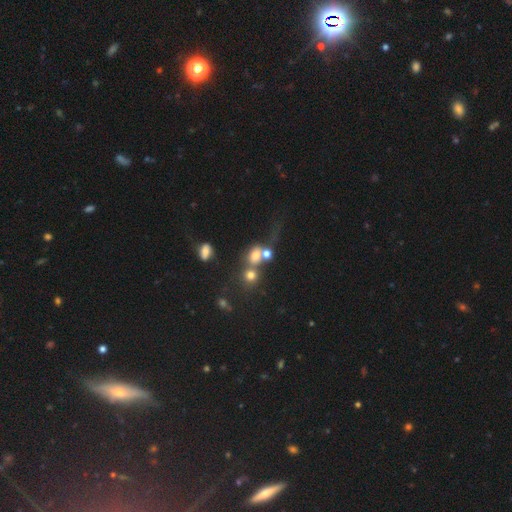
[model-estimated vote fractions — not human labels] Smooth or featured: smooth — 66% (featured or disk — 18%)
How rounded: round — 64% (in between — 34%)
Merging: merger — 49% (none — 29%)